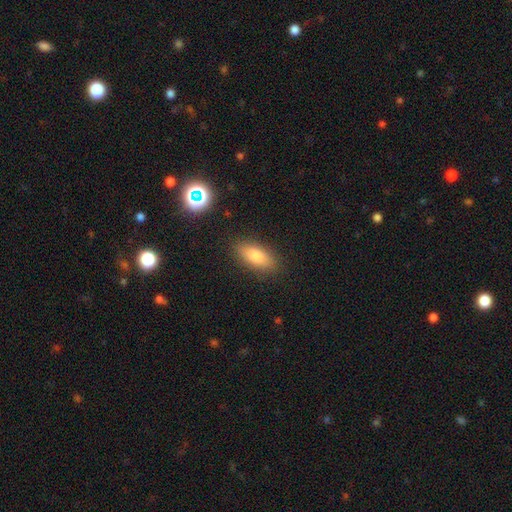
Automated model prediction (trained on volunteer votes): Morphology: type=smooth (80%); roundness=in between (82%); merging=none (87%).